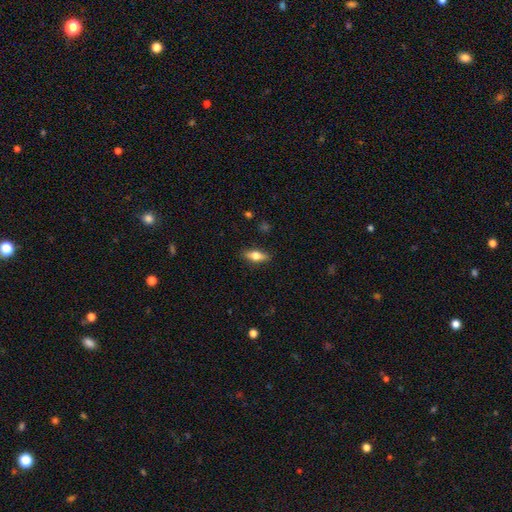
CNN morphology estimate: Q: Smooth or featured?
A: smooth (57%); runner-up: featured or disk (36%)
Q: How rounded?
A: in between (65%); runner-up: cigar-shaped (30%)
Q: Merging?
A: none (87%); runner-up: minor disturbance (9%)